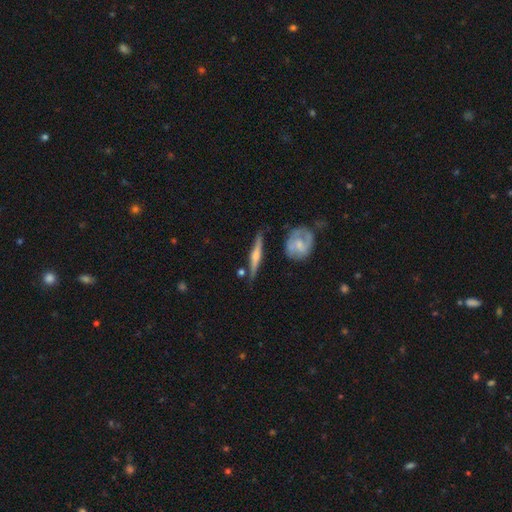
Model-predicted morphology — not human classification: Smooth or featured? Predicted: featured or disk (p=0.69). Edge-on disk? Predicted: yes (p=0.96). Edge-on bulge? Predicted: rounded (p=0.86). Merging? Predicted: none (p=0.82).